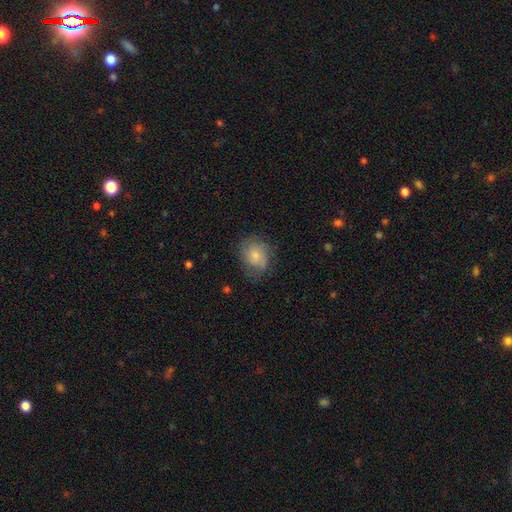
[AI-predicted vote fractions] smooth 66%, featured or disk 26%, star or artifact 8%. Down the decision tree: how rounded — round (63%); merging — none (63%).